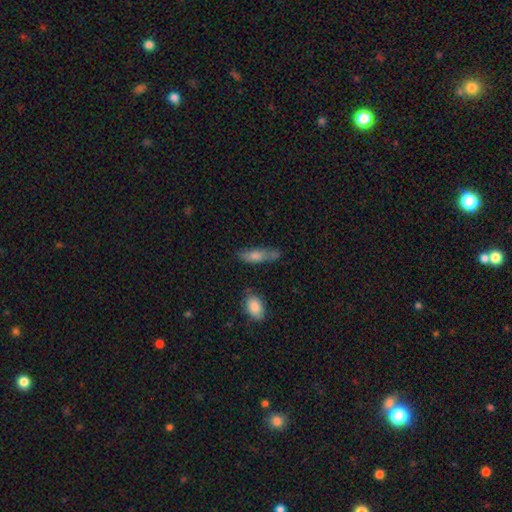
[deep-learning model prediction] Smooth or featured? Predicted: smooth (p=0.66). How rounded? Predicted: in between (p=0.49). Merging? Predicted: none (p=0.55).